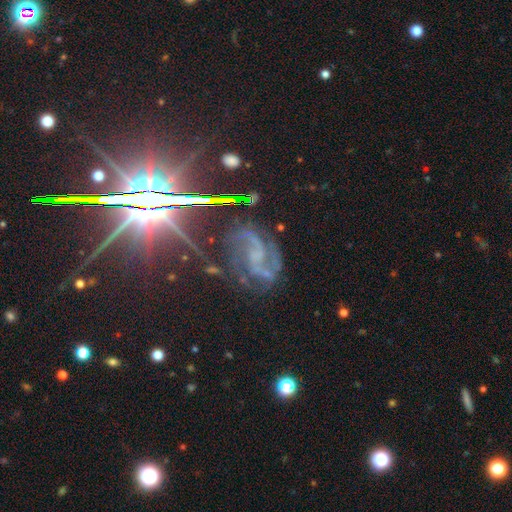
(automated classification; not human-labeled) This is likely a featured or disk galaxy (72%). It is clearly not viewed edge-on (93%). Bar: marginally weak (40%). Spiral arm pattern: clearly yes (95%). Spiral arm count: likely 2 (69%). Spiral winding: possibly medium (49%). Central bulge: likely small (68%). Merging: likely none (66%).